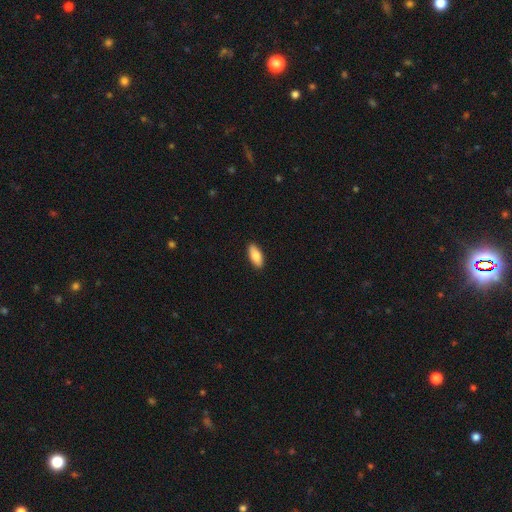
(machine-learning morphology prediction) smooth_or_featured: smooth (p=0.83) [alt: featured or disk p=0.11]
how_rounded: in between (p=0.84) [alt: cigar-shaped p=0.14]
merging: none (p=0.90) [alt: minor disturbance p=0.07]